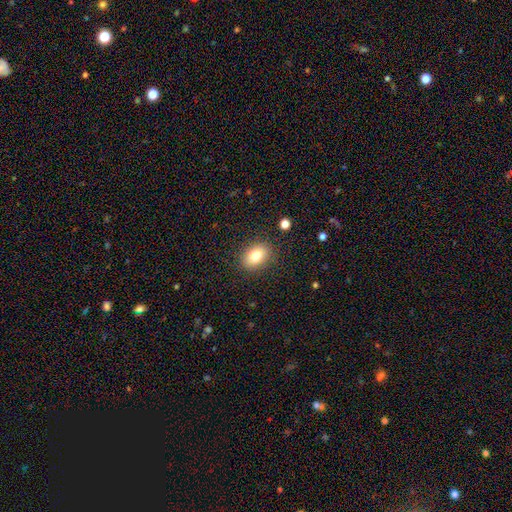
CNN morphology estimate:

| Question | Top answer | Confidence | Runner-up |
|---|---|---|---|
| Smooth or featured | smooth | 80% | featured or disk (11%) |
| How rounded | in between | 72% | round (27%) |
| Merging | none | 87% | minor disturbance (9%) |